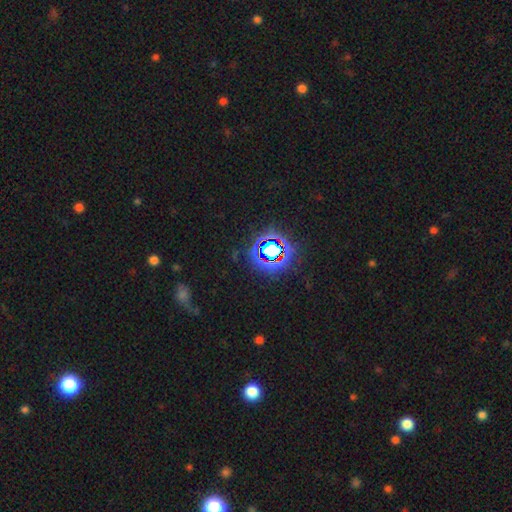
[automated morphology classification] smooth-or-featured: star or artifact: 77% | smooth: 15% | featured or disk: 8%